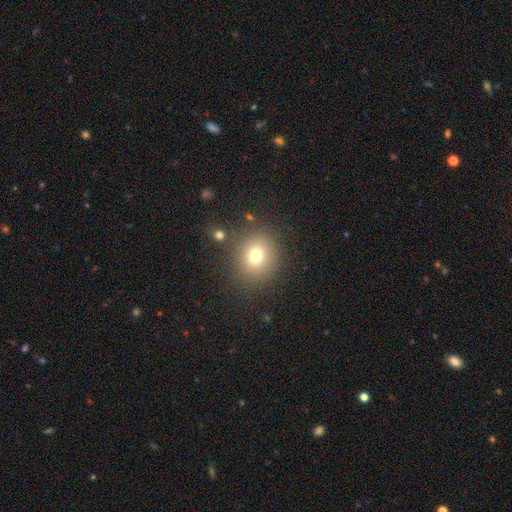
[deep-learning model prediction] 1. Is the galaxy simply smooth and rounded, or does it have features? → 74% smooth, 16% star or artifact, 11% featured or disk.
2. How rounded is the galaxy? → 83% round, 16% in between, 1% cigar-shaped.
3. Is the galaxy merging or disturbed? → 83% none, 9% minor disturbance, 4% major disturbance, 4% merger.